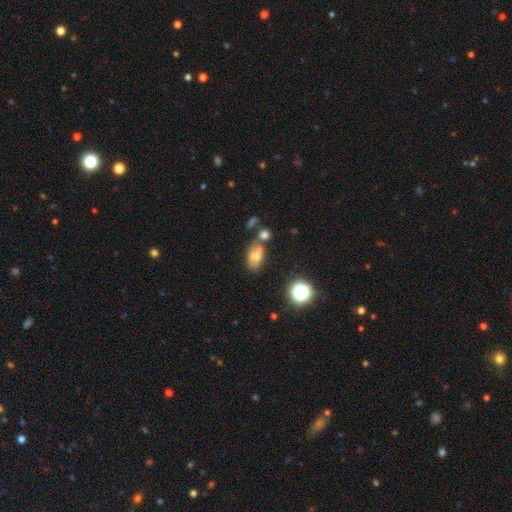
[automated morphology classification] smooth 59%, featured or disk 23%, star or artifact 18%. Down the decision tree: how rounded — in between (86%); merging — none (53%).